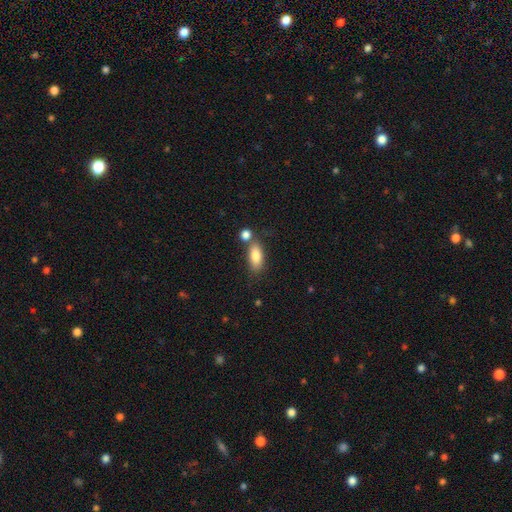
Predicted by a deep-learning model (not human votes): Smooth or featured? Predicted: smooth (p=0.82). How rounded? Predicted: in between (p=0.84). Merging? Predicted: none (p=0.61).